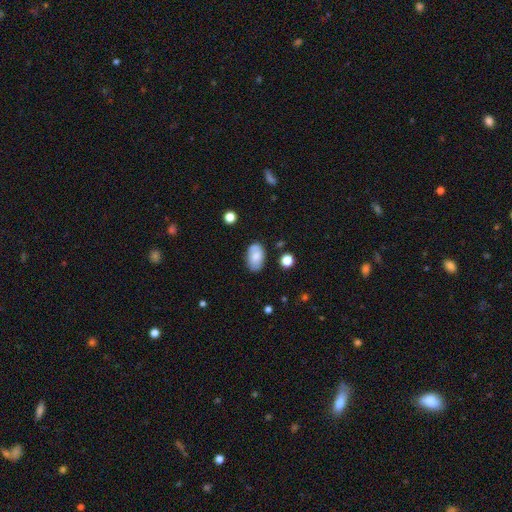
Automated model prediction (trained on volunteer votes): Smooth or featured? Predicted: smooth (p=0.72). How rounded? Predicted: in between (p=0.92). Merging? Predicted: none (p=0.74).